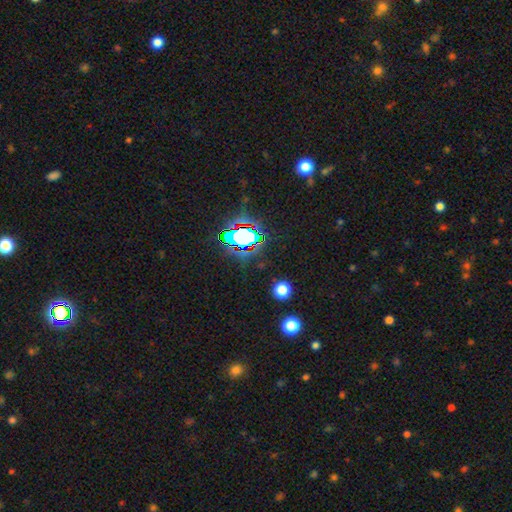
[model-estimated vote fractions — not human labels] This is clearly a star or artifact rather than a galaxy (80%).